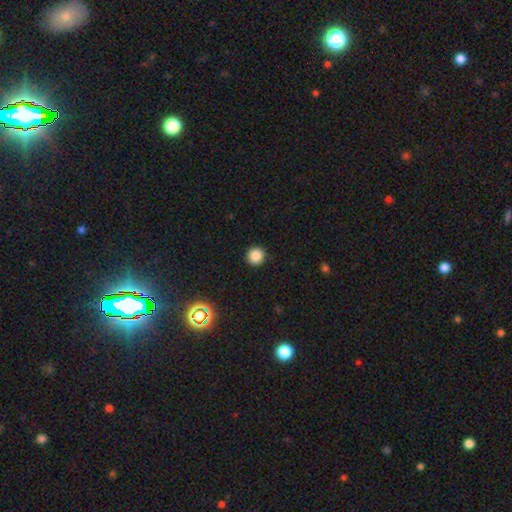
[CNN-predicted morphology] A smooth galaxy with no disk features (85%) that is round (94%).

Vote fractions:
- Smooth or featured? smooth: 85% / star or artifact: 12% / featured or disk: 4%
- How rounded? round: 94% / in between: 5% / cigar-shaped: 1%
- Merging? none: 92% / minor disturbance: 5% / major disturbance: 2% / merger: 1%